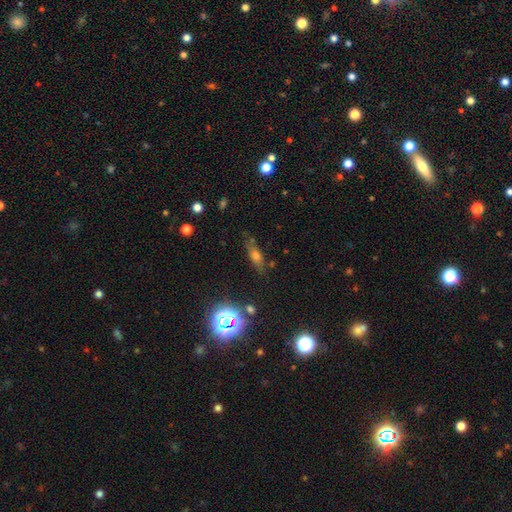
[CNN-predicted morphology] smooth 55%, featured or disk 24%, star or artifact 21%. Down the decision tree: how rounded — in between (52%); merging — none (71%).